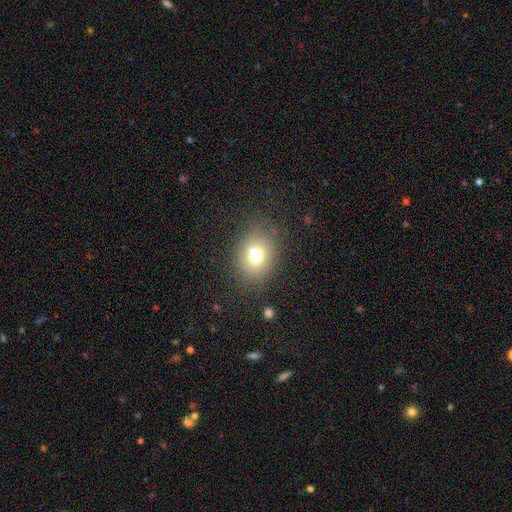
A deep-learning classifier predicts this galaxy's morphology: smooth_or_featured: smooth (p=0.69) [alt: featured or disk p=0.16]
how_rounded: round (p=0.55) [alt: in between p=0.44]
merging: none (p=0.69) [alt: minor disturbance p=0.14]